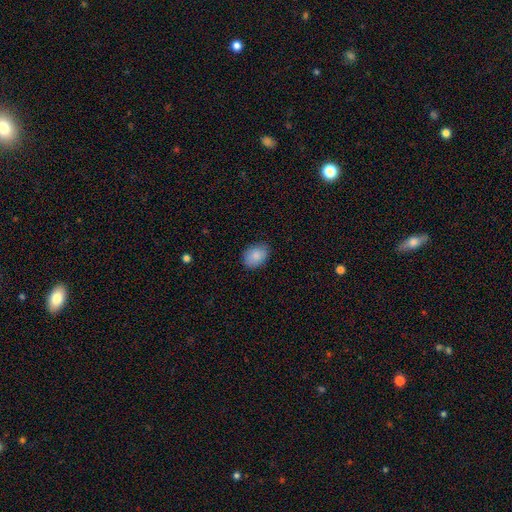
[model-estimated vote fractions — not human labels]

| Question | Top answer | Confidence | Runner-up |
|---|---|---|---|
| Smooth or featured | smooth | 88% | star or artifact (7%) |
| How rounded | in between | 77% | round (22%) |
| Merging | none | 83% | minor disturbance (13%) |